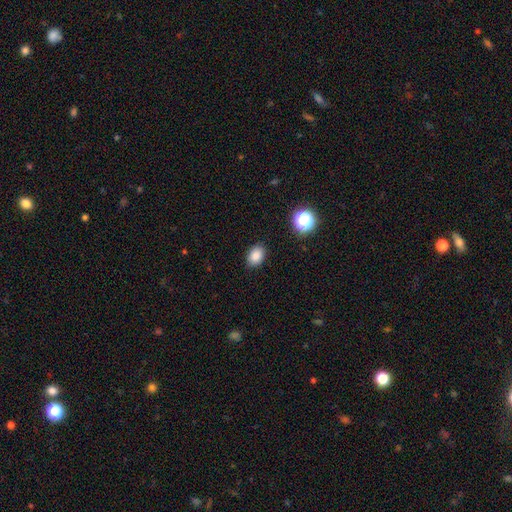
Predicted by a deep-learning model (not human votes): A smooth galaxy with no disk features (85%) that is in between round and cigar-shaped (75%).

Vote fractions:
- Smooth or featured? smooth: 85% / star or artifact: 11% / featured or disk: 4%
- How rounded? in between: 75% / round: 24% / cigar-shaped: 1%
- Merging? none: 87% / minor disturbance: 9% / major disturbance: 2% / merger: 1%